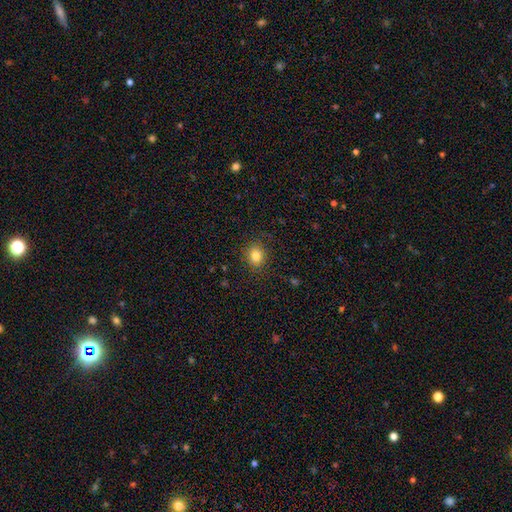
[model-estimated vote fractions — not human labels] A smooth galaxy with no disk features (82%) that is round (68%). Merging: none (86%).